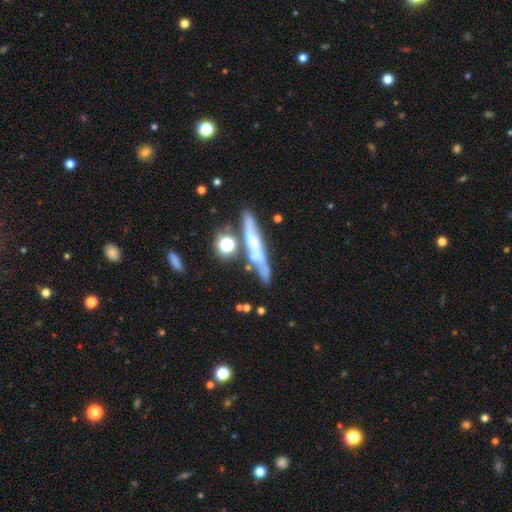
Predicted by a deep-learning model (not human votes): Smooth or featured?
  - featured or disk: 49% *
  - smooth: 40%
  - star or artifact: 12%
Merging?
  - none: 63% *
  - minor disturbance: 16%
  - merger: 15%
  - major disturbance: 7%